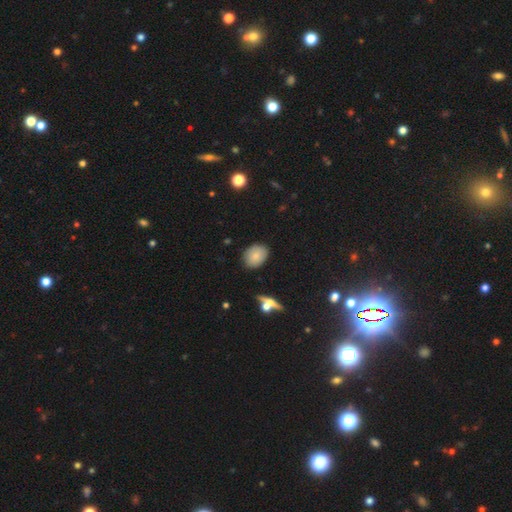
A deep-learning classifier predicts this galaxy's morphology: Smooth or featured: smooth — 79% (featured or disk — 12%)
How rounded: in between — 72% (round — 27%)
Merging: none — 84% (minor disturbance — 12%)